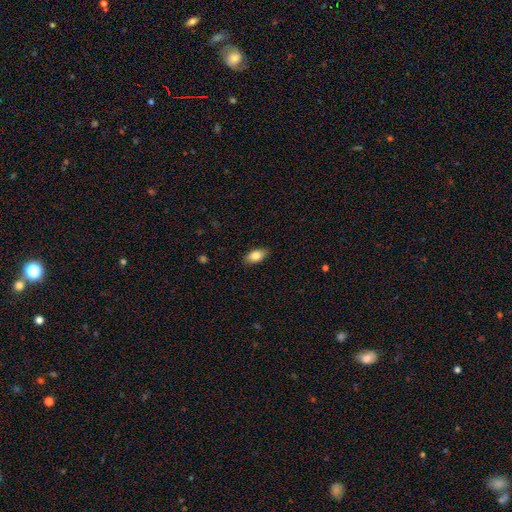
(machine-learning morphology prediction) This is clearly a smooth galaxy (82%). How rounded: clearly in between (89%). Merging: clearly none (86%).